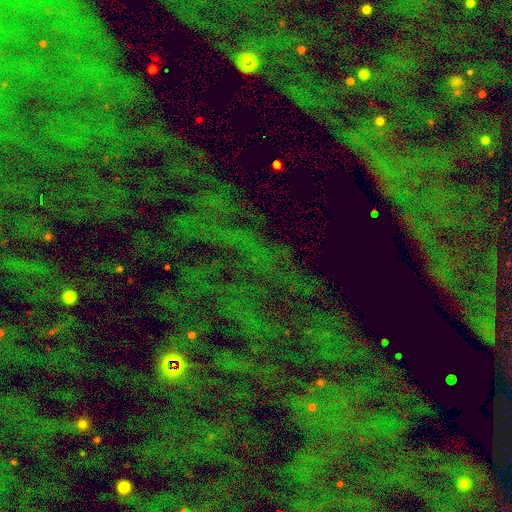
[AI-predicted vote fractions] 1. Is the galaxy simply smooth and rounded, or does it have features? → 78% star or artifact, 13% smooth, 9% featured or disk.